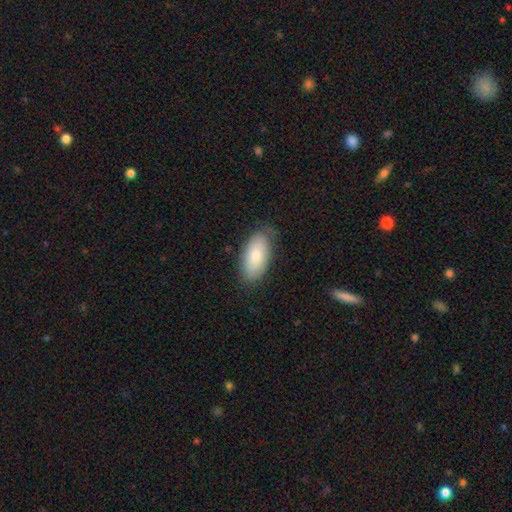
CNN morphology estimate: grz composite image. It shows a smooth galaxy with no disk features (79%) that is in between round and cigar-shaped (94%). Merging: none (77%).